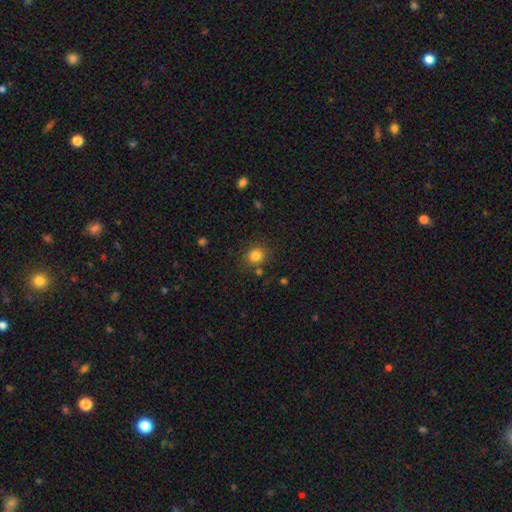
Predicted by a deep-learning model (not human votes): The model was most divided on "how rounded": round: 82%, in between: 18%, cigar-shaped: 1%. More confident: smooth or featured — smooth (83%); merging — none (81%).